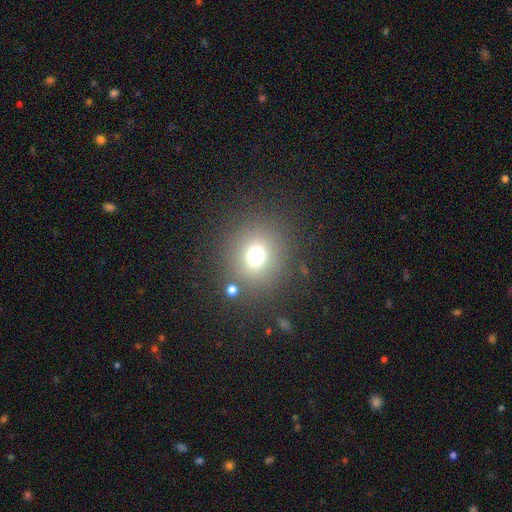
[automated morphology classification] A smooth galaxy with no disk features (70%) that is round (85%). Merging: none (81%).